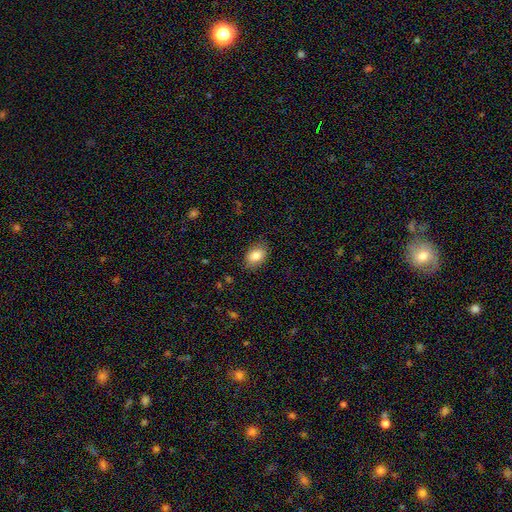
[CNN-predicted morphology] Smooth or featured? smooth (85%)
How rounded? in between (84%)
Merging? none (83%)